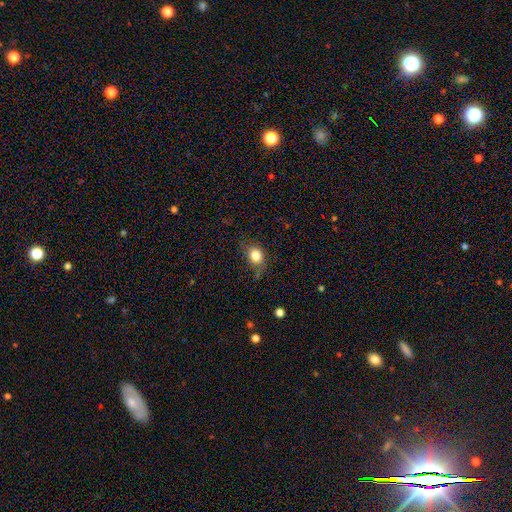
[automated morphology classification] type=smooth (81%); roundness=round (53%); merging=none (65%).